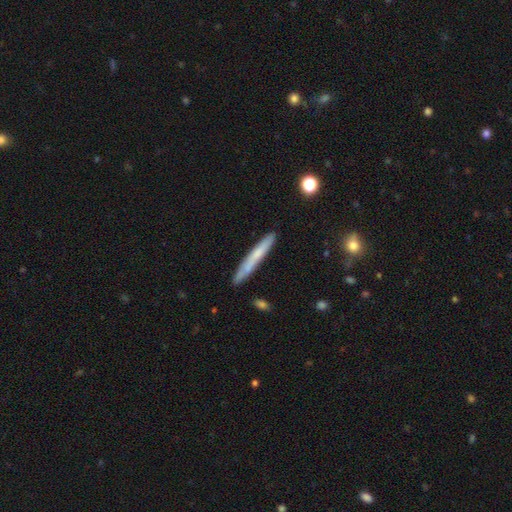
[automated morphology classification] Smooth or featured?
  - smooth: 56% *
  - featured or disk: 37%
  - star or artifact: 6%
How rounded?
  - cigar-shaped: 96% *
  - in between: 3%
  - round: 1%
Merging?
  - none: 86% *
  - minor disturbance: 10%
  - merger: 2%
  - major disturbance: 2%